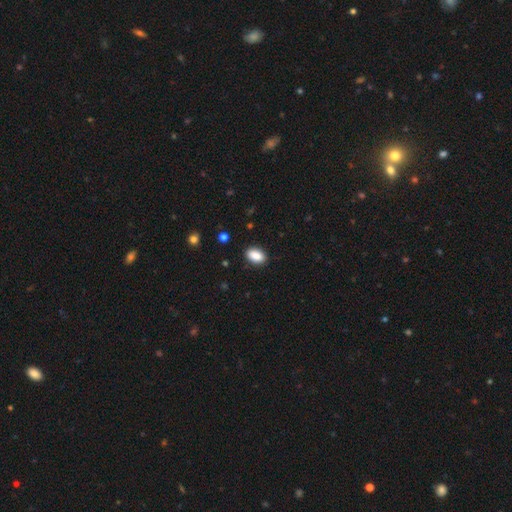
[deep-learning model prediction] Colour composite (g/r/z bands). It shows a smooth galaxy with no disk features (88%) that is in between round and cigar-shaped (90%). Merging: none (89%).